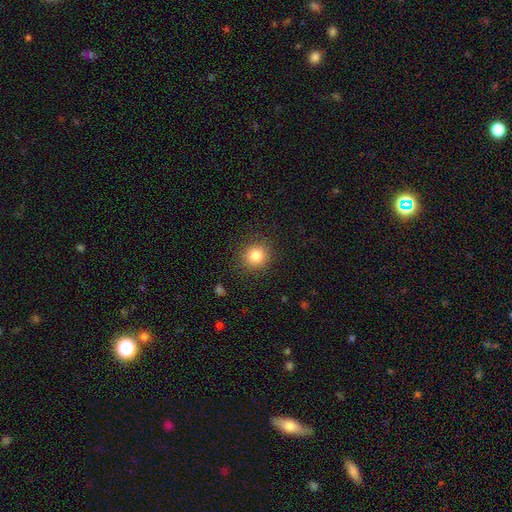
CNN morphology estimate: Overall: smooth (83%). How rounded: round (90%). Merging: none (88%).